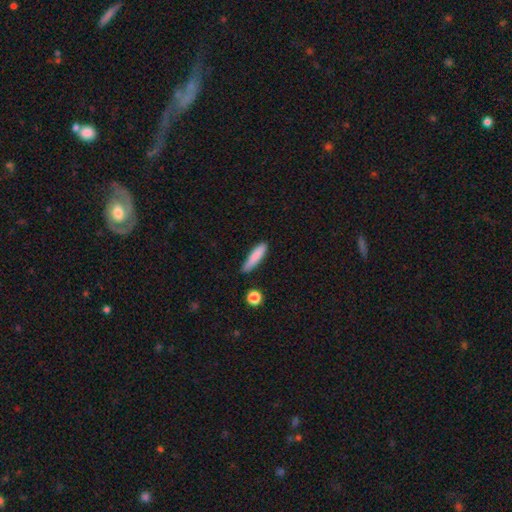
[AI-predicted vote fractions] Smooth or featured? Predicted: smooth (p=0.82). How rounded? Predicted: cigar-shaped (p=0.82). Merging? Predicted: none (p=0.78).